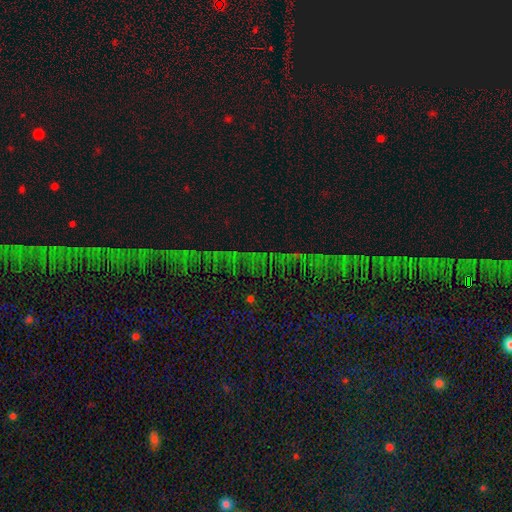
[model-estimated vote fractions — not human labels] Smooth or featured?
  - star or artifact: 75% *
  - smooth: 13%
  - featured or disk: 12%